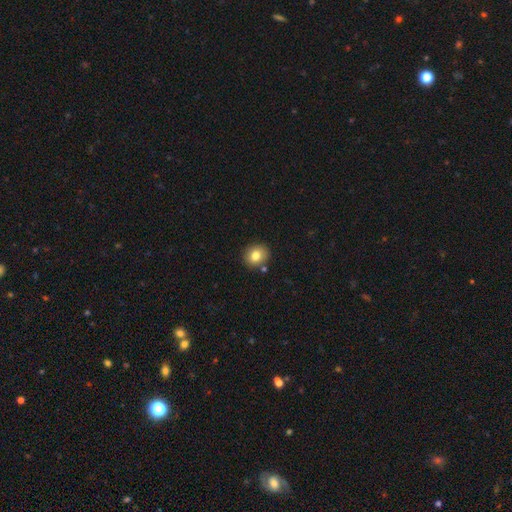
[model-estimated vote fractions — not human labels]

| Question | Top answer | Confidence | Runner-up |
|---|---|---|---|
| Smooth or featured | smooth | 80% | star or artifact (10%) |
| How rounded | round | 73% | in between (26%) |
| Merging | none | 83% | minor disturbance (9%) |